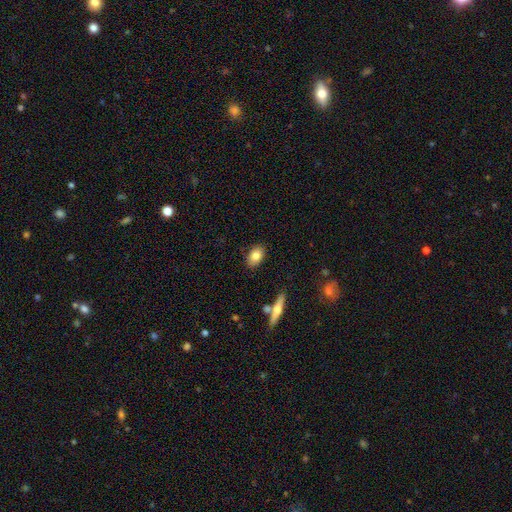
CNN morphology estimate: Smooth or featured? smooth (81%)
How rounded? in between (85%)
Merging? none (85%)